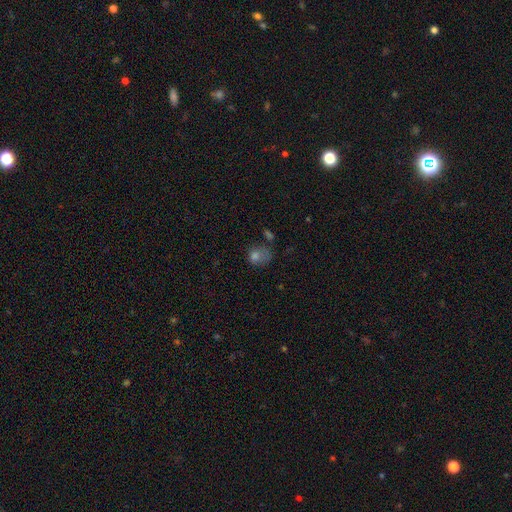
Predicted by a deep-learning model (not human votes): Overall: smooth (65%). How rounded: round (56%; in between 42%). Merging: none (37%; major disturbance 27%).